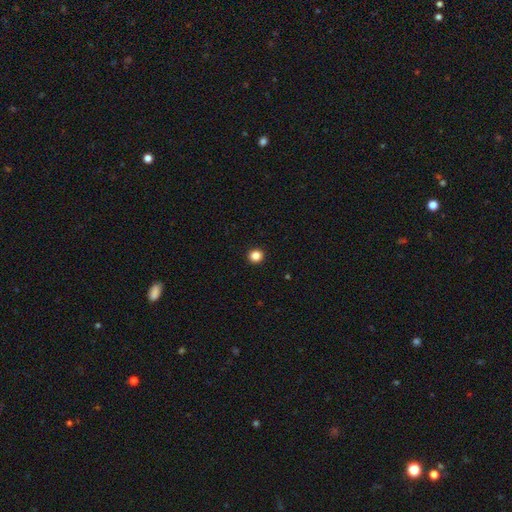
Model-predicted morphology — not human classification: smooth 86%, star or artifact 11%, featured or disk 3%. Down the decision tree: how rounded — round (94%); merging — none (94%).